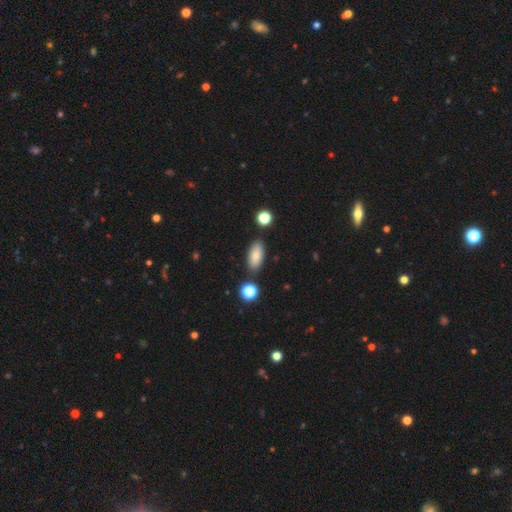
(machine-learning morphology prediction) Overall: smooth (82%). How rounded: in between (86%). Merging: none (83%).